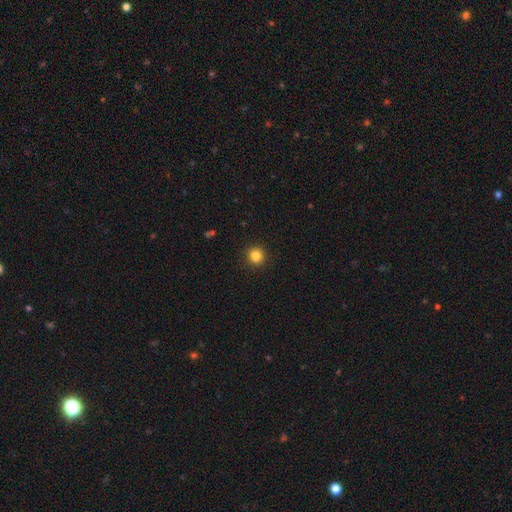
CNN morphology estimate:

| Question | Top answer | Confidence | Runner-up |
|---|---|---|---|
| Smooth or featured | smooth | 84% | star or artifact (12%) |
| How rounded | round | 94% | in between (5%) |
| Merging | none | 93% | minor disturbance (5%) |